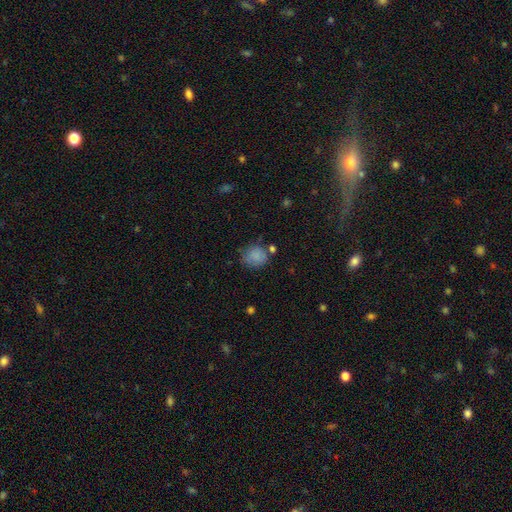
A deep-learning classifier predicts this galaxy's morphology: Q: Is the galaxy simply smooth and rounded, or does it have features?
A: smooth — 82%.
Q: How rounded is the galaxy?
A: round — 78%.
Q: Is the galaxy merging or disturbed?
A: none — 62%.